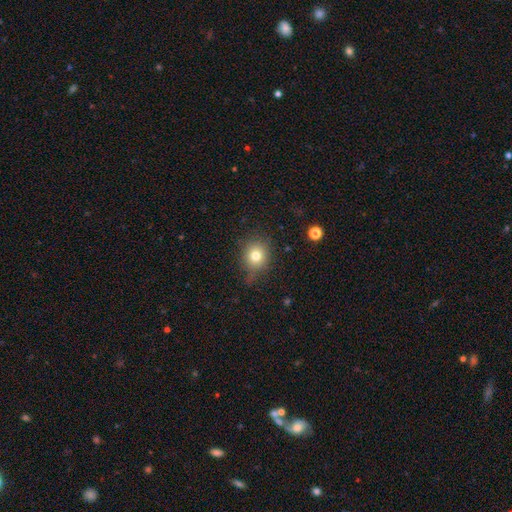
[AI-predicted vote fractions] Smooth or featured?
  - smooth: 77% *
  - star or artifact: 13%
  - featured or disk: 10%
How rounded?
  - round: 81% *
  - in between: 18%
  - cigar-shaped: 1%
Merging?
  - none: 72% *
  - minor disturbance: 20%
  - major disturbance: 6%
  - merger: 2%